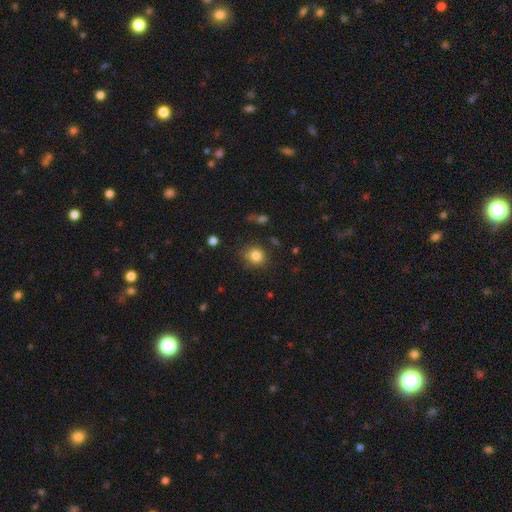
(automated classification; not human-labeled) This appears to be a smooth galaxy with no disk features (82%) that is round (80%). Merging: none (77%).